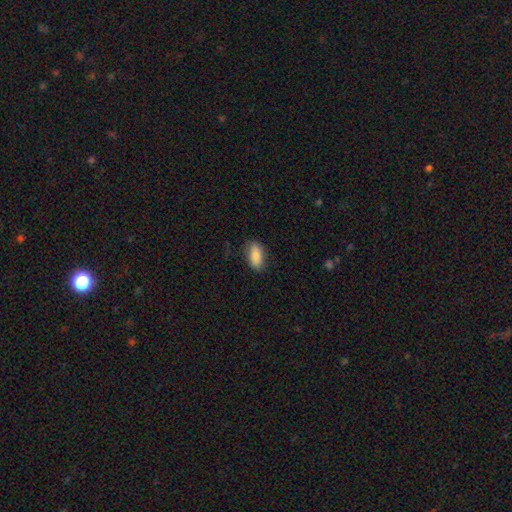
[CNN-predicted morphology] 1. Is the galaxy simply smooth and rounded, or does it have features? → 85% smooth, 8% featured or disk, 7% star or artifact.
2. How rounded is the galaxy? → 89% in between, 8% cigar-shaped, 3% round.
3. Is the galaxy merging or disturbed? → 80% none, 15% minor disturbance, 4% major disturbance, 1% merger.